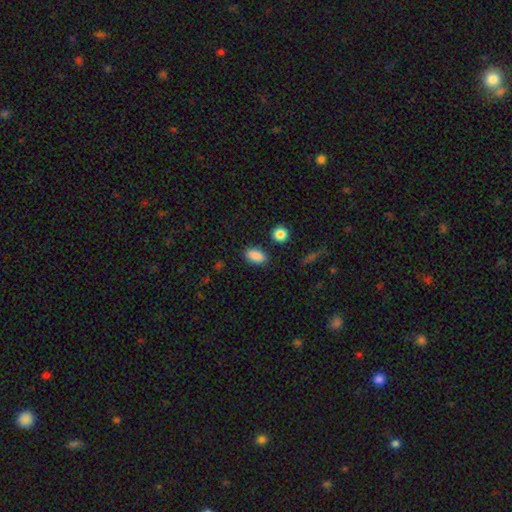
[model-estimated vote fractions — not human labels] Smooth or featured: smooth — 88% (star or artifact — 8%)
How rounded: in between — 89% (round — 6%)
Merging: none — 86% (minor disturbance — 9%)